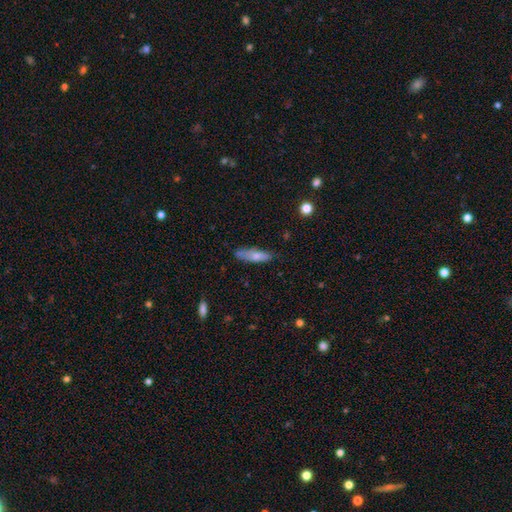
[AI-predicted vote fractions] A smooth galaxy with no disk features (72%) that is cigar-shaped (56%).

Vote fractions:
- Smooth or featured? smooth: 72% / featured or disk: 22% / star or artifact: 7%
- How rounded? cigar-shaped: 56% / in between: 42% / round: 2%
- Merging? none: 66% / minor disturbance: 25% / major disturbance: 6% / merger: 3%